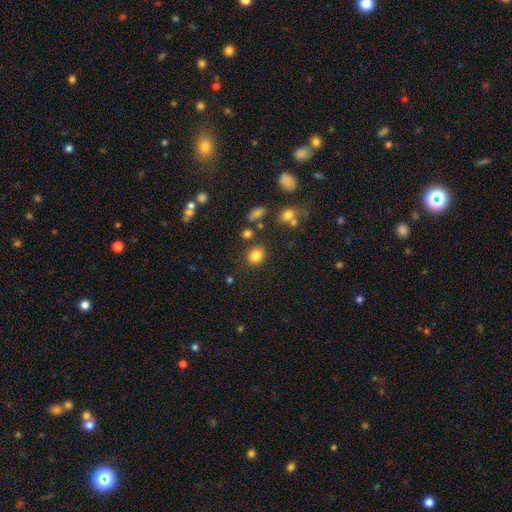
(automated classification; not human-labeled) The model was most divided on "how rounded": round: 69%, in between: 30%, cigar-shaped: 1%. More confident: smooth or featured — smooth (82%); merging — none (82%).